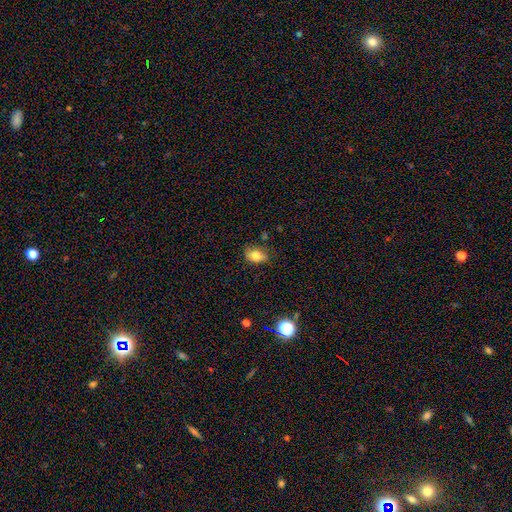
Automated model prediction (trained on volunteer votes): A smooth galaxy with no disk features (78%) that is in between round and cigar-shaped (81%). Merging: none (69%).